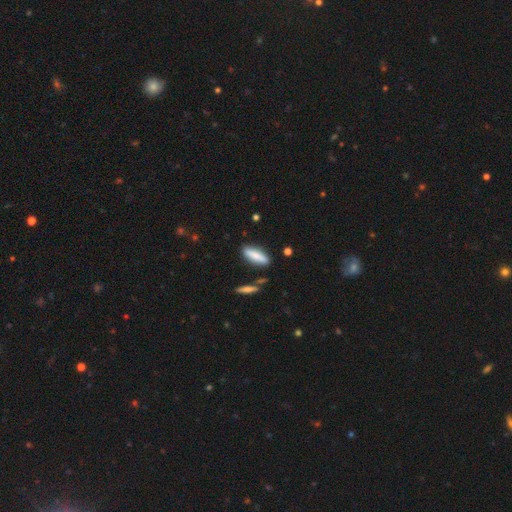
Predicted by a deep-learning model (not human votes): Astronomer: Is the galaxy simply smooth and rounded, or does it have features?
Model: smooth — 80%.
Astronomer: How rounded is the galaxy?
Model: cigar-shaped — 60% (runner-up: in between, 38%).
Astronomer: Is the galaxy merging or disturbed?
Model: none — 84%.